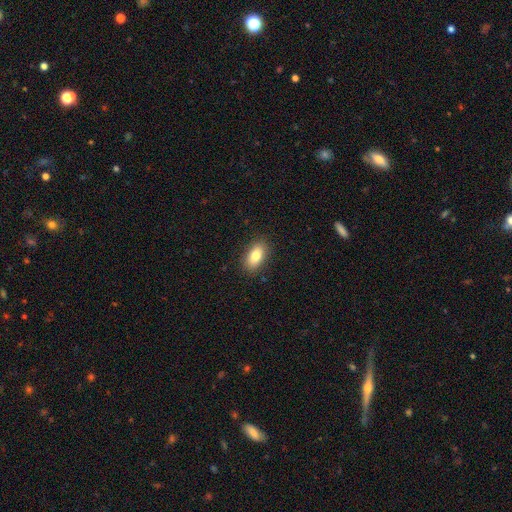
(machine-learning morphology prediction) Q: Smooth or featured?
A: smooth (81%); runner-up: featured or disk (11%)
Q: How rounded?
A: in between (89%); runner-up: round (7%)
Q: Merging?
A: none (87%); runner-up: minor disturbance (9%)